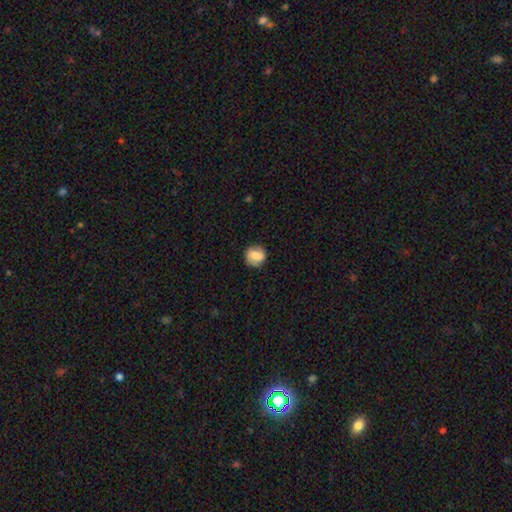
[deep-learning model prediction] Overall: smooth (63%; featured or disk 28%). How rounded: round (84%). Merging: none (82%).